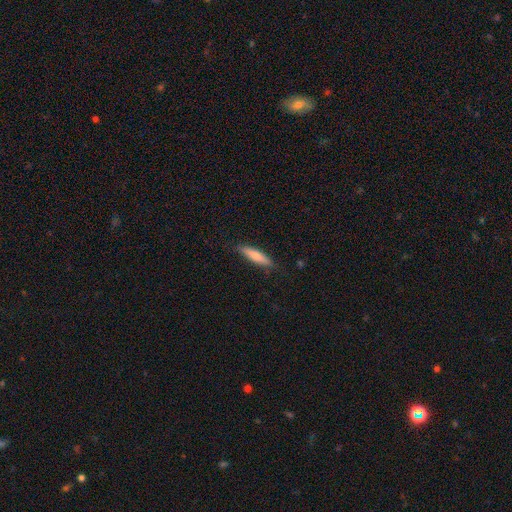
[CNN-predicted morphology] type=smooth (76%); roundness=cigar-shaped (81%); merging=none (86%).